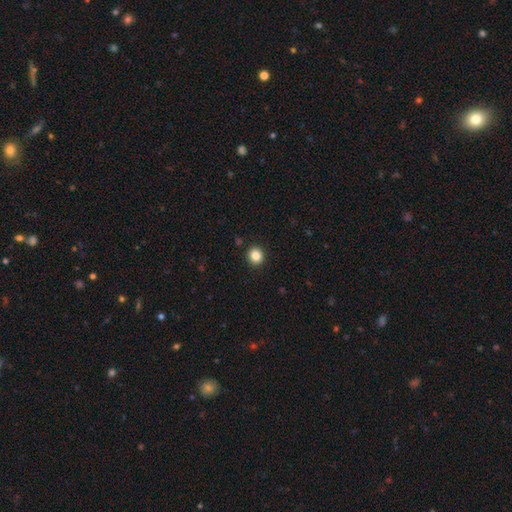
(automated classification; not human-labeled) Smooth or featured? Predicted: smooth (p=0.84). How rounded? Predicted: round (p=0.91). Merging? Predicted: none (p=0.92).